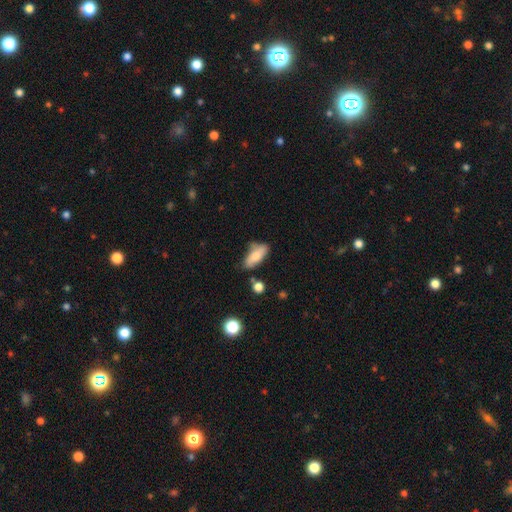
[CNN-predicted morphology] The model was most divided on "merging": none: 61%, minor disturbance: 26%, merger: 7%, major disturbance: 6%. More confident: how rounded — in between (77%); smooth or featured — smooth (74%).